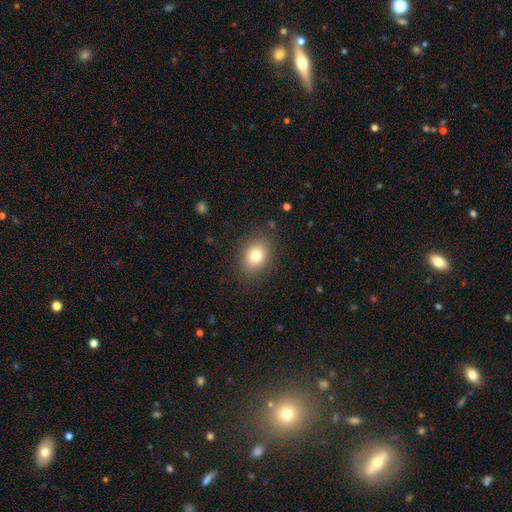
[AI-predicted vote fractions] smooth-or-featured: smooth: 79% | star or artifact: 11% | featured or disk: 10%
  how-rounded: in between: 61% | round: 38% | cigar-shaped: 1%
  merging: none: 86% | minor disturbance: 10% | major disturbance: 3% | merger: 1%